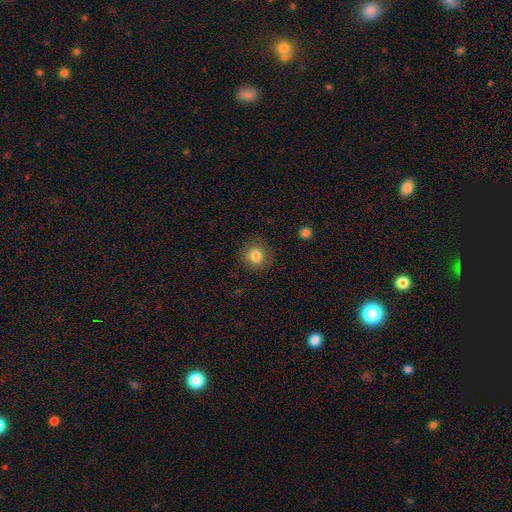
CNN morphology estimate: smooth 83%, star or artifact 10%, featured or disk 7%. Down the decision tree: how rounded — round (81%); merging — none (85%).